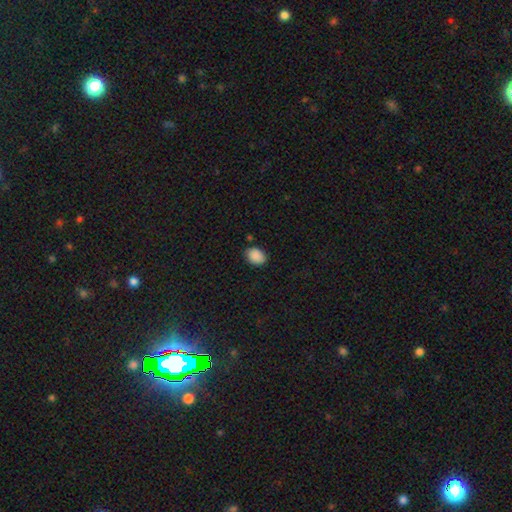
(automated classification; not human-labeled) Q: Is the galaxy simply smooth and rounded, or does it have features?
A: smooth — 89%.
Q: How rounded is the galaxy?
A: in between — 65%.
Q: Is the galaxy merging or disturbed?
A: none — 82%.